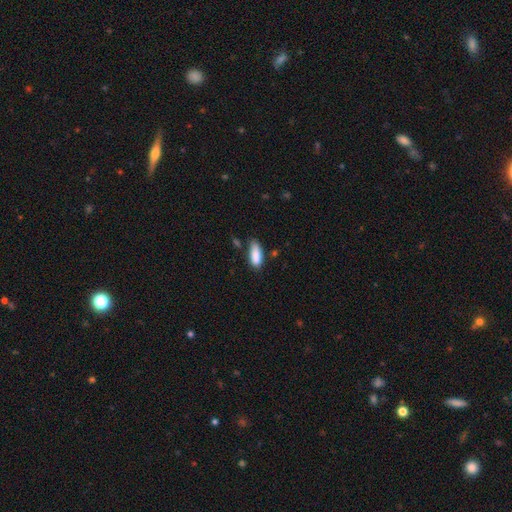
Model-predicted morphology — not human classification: type=smooth (87%); roundness=in between (79%); merging=none (63%).